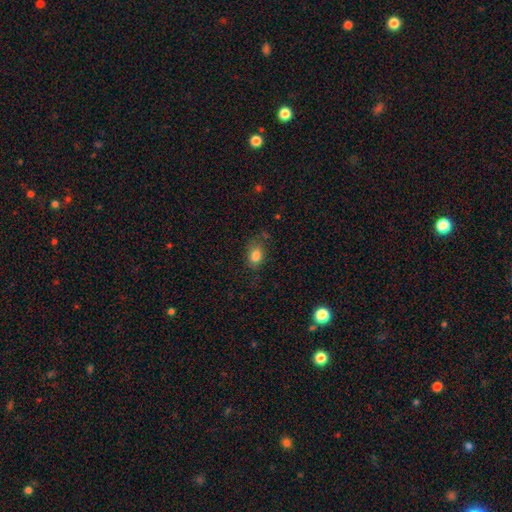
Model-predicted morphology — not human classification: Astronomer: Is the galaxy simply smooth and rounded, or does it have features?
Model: smooth — 82%.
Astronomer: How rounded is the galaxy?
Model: in between — 76%.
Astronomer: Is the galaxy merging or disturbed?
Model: none — 64%.